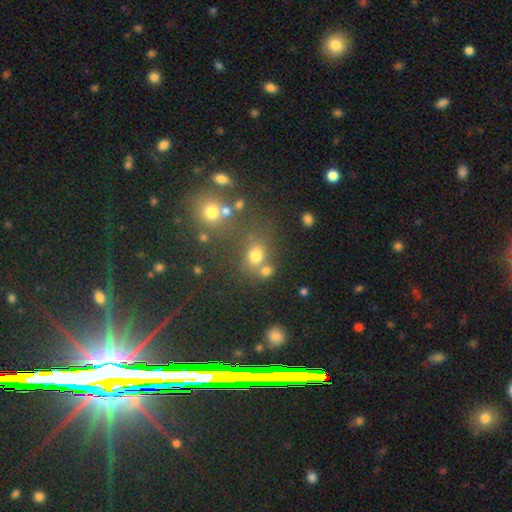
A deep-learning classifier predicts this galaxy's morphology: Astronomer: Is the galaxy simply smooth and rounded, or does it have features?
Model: smooth — 69%.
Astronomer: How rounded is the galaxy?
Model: round — 61% (runner-up: in between, 38%).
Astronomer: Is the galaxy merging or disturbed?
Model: none — 52%.